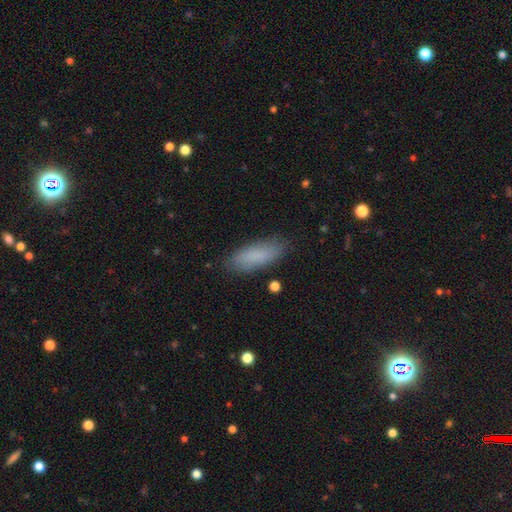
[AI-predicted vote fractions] smooth-or-featured: smooth: 84% | featured or disk: 9% | star or artifact: 7%
  how-rounded: in between: 58% | cigar-shaped: 40% | round: 2%
  merging: none: 84% | minor disturbance: 11% | major disturbance: 3% | merger: 1%